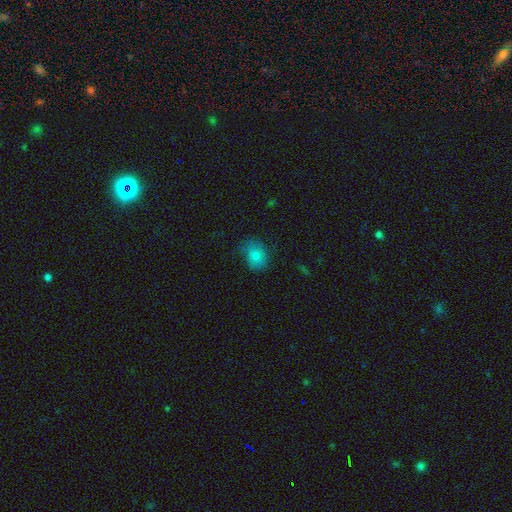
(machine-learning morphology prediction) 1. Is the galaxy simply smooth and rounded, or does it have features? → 78% smooth, 12% featured or disk, 10% star or artifact.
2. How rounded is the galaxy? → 51% in between, 48% round, 1% cigar-shaped.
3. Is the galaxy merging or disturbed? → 61% none, 29% minor disturbance, 9% major disturbance, 1% merger.